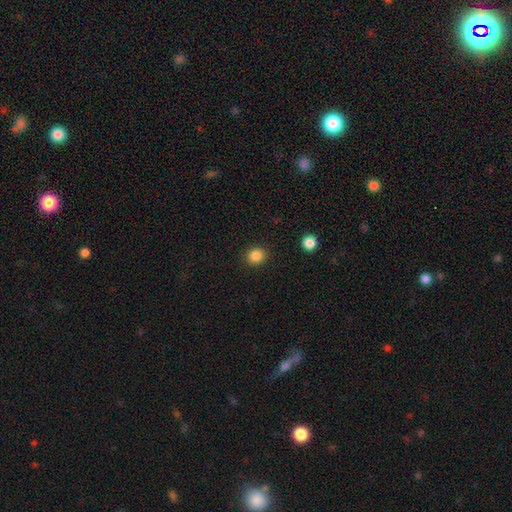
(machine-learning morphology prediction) A smooth galaxy with no disk features (85%) that is round (82%). Merging: none (91%).